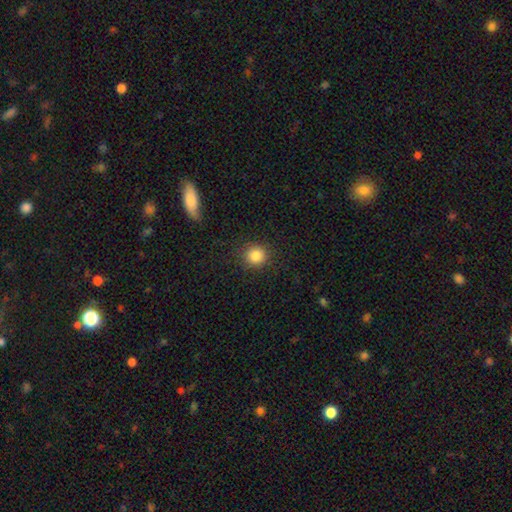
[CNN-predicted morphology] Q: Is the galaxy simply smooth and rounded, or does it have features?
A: smooth — 85%.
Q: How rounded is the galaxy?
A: round — 92%.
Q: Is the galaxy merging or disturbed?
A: none — 89%.